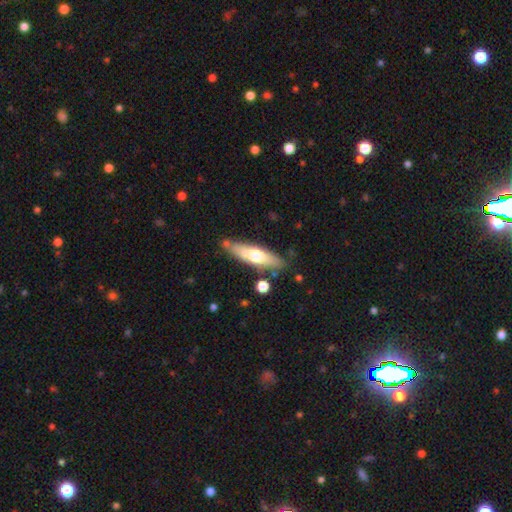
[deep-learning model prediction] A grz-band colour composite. It shows a smooth galaxy with no disk features (52%) that is cigar-shaped (66%). Merging: none (76%).